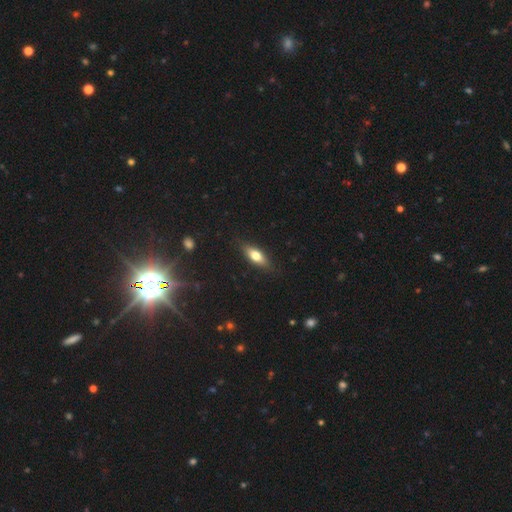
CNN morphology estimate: This appears to be a smooth galaxy with no disk features (65%) that is in between round and cigar-shaped (65%). Merging: none (84%).